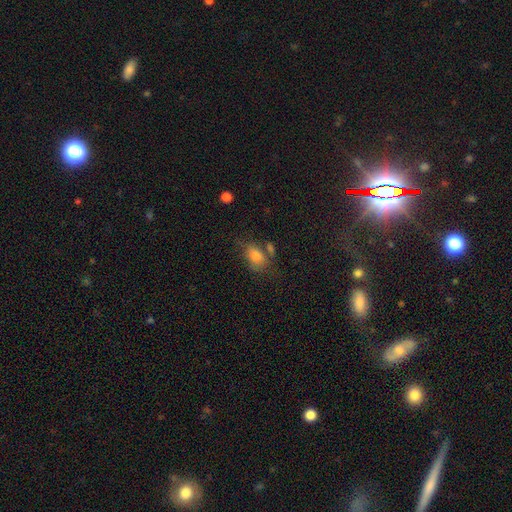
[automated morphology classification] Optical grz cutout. It shows a smooth galaxy with no disk features (75%) that is in between round and cigar-shaped (81%). Merging: none (46%).